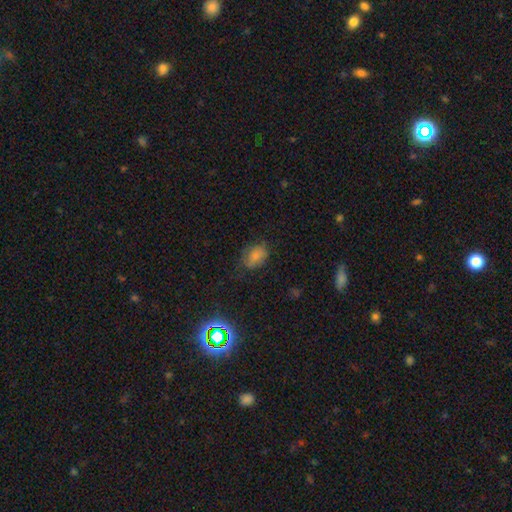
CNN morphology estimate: The model was most divided on "merging": none: 69%, minor disturbance: 23%, major disturbance: 7%, merger: 1%. More confident: how rounded — in between (77%); smooth or featured — smooth (74%).